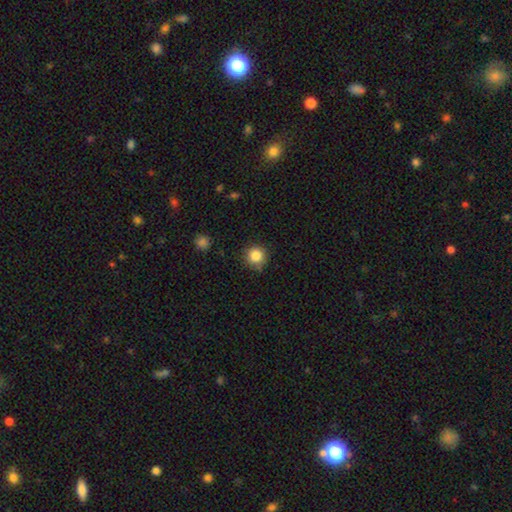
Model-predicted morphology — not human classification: A smooth galaxy with no disk features (85%) that is round (94%).

Vote fractions:
- Smooth or featured? smooth: 85% / star or artifact: 11% / featured or disk: 5%
- How rounded? round: 94% / in between: 5% / cigar-shaped: 1%
- Merging? none: 81% / minor disturbance: 14% / major disturbance: 3% / merger: 2%